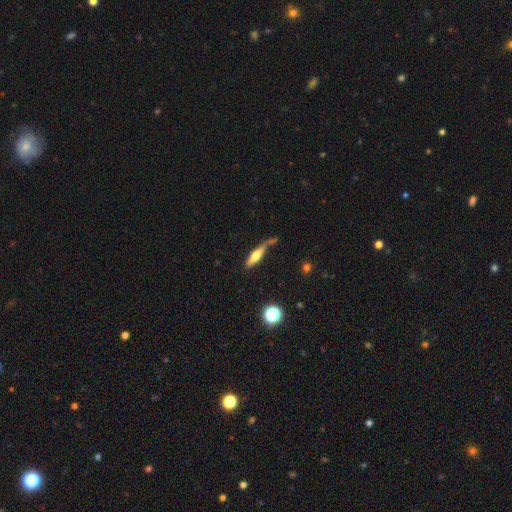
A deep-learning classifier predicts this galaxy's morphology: Smooth or featured?
  - smooth: 55% *
  - featured or disk: 37%
  - star or artifact: 8%
How rounded?
  - cigar-shaped: 65% *
  - in between: 31%
  - round: 3%
Merging?
  - none: 47% *
  - minor disturbance: 25%
  - merger: 14%
  - major disturbance: 13%